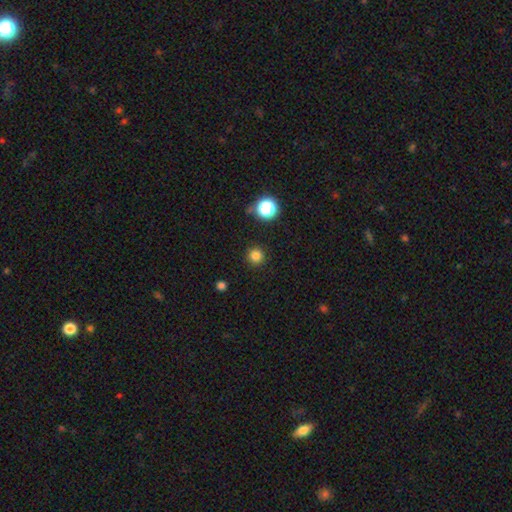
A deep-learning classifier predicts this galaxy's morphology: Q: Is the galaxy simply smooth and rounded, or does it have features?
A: smooth — 82%.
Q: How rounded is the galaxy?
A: round — 96%.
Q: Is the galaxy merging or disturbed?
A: none — 91%.